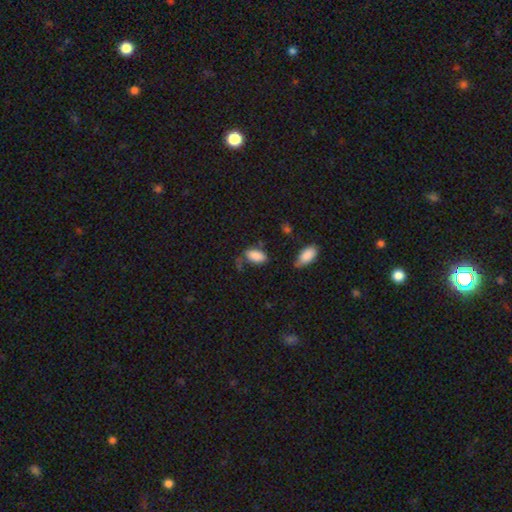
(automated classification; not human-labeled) Overall: smooth (87%). How rounded: in between (93%). Merging: none (62%; minor disturbance 23%).